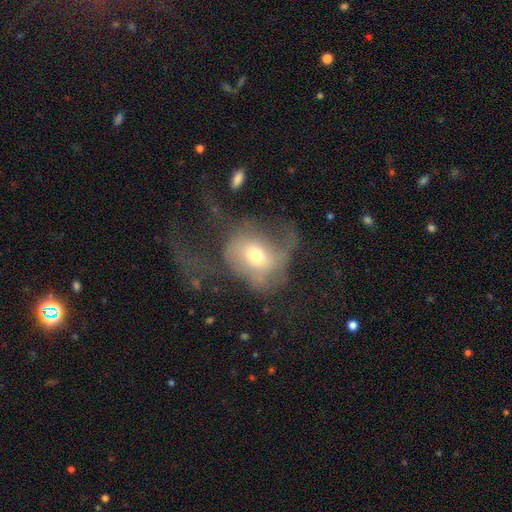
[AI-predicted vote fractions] This is possibly a featured or disk galaxy (46%). Merging: likely major disturbance (63%).